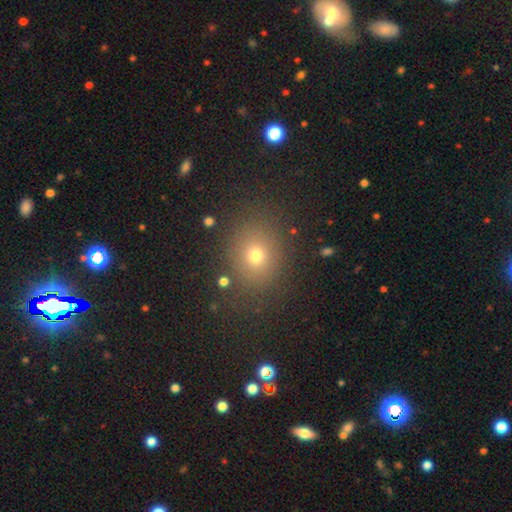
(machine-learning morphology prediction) The model was most divided on "how rounded": round: 66%, in between: 33%, cigar-shaped: 1%. More confident: merging — none (83%); smooth or featured — smooth (70%).